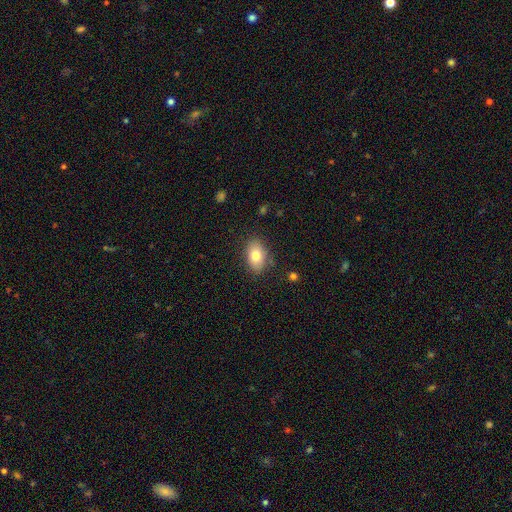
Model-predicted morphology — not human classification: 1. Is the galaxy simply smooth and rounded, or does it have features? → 78% smooth, 14% featured or disk, 8% star or artifact.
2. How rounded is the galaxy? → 86% in between, 12% round, 2% cigar-shaped.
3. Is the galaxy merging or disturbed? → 84% none, 12% minor disturbance, 3% major disturbance, 1% merger.